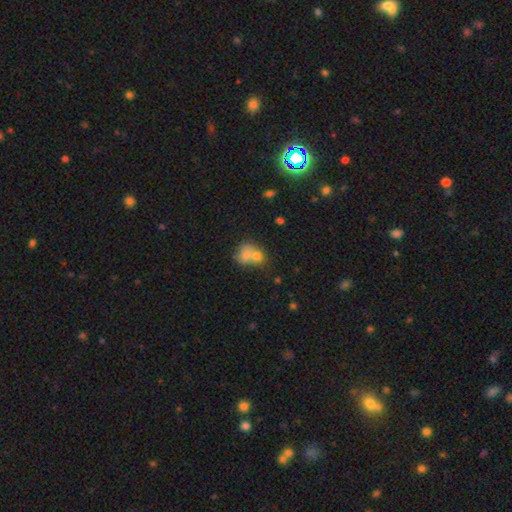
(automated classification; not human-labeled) Q: Smooth or featured?
A: smooth (71%); runner-up: featured or disk (17%)
Q: How rounded?
A: round (56%); runner-up: in between (42%)
Q: Merging?
A: merger (58%); runner-up: none (27%)